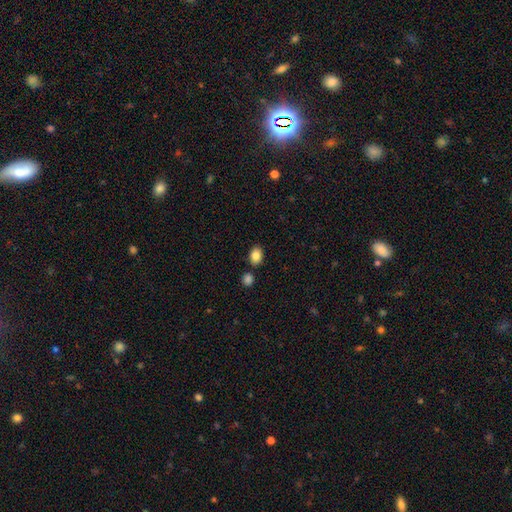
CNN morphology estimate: Q: Smooth or featured?
A: smooth (85%); runner-up: star or artifact (9%)
Q: How rounded?
A: in between (70%); runner-up: round (28%)
Q: Merging?
A: none (80%); runner-up: minor disturbance (10%)